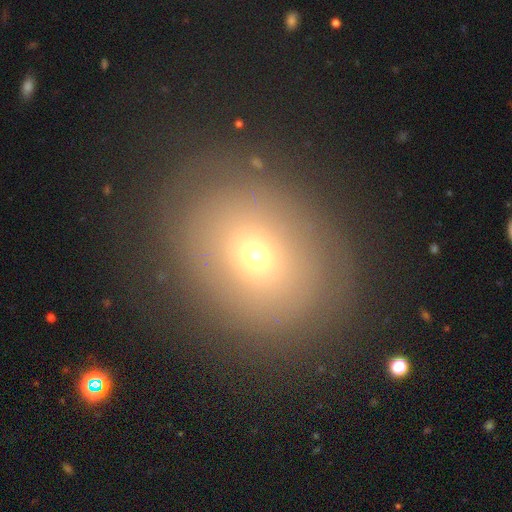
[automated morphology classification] A smooth galaxy with no disk features (63%) that is round (62%).

Vote fractions:
- Smooth or featured? smooth: 63% / featured or disk: 20% / star or artifact: 17%
- How rounded? round: 62% / in between: 37% / cigar-shaped: 1%
- Merging? none: 79% / minor disturbance: 12% / major disturbance: 7% / merger: 2%